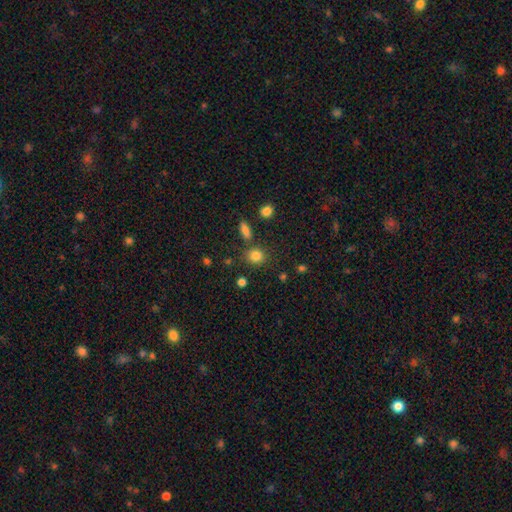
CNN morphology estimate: Smooth or featured? Predicted: smooth (p=0.82). How rounded? Predicted: round (p=0.79). Merging? Predicted: none (p=0.76).